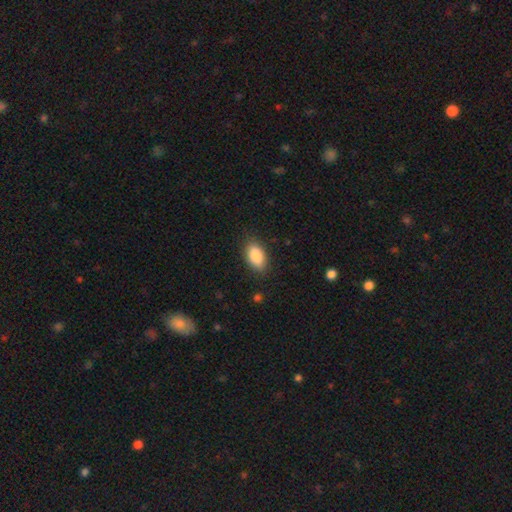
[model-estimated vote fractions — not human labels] A smooth galaxy with no disk features (86%) that is in between round and cigar-shaped (91%).

Vote fractions:
- Smooth or featured? smooth: 86% / star or artifact: 7% / featured or disk: 7%
- How rounded? in between: 91% / round: 5% / cigar-shaped: 3%
- Merging? none: 85% / minor disturbance: 11% / major disturbance: 3% / merger: 1%